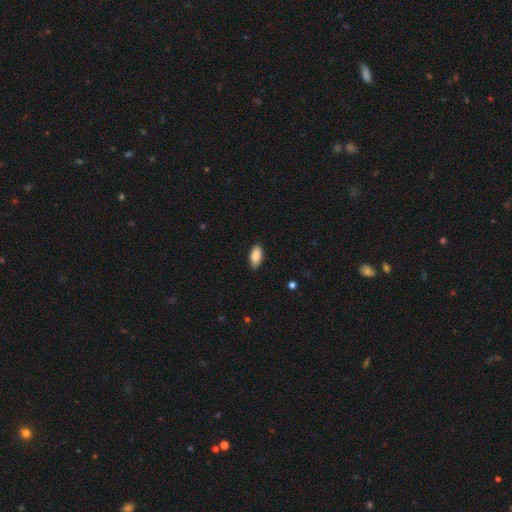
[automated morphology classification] This is clearly a smooth galaxy (88%). How rounded: clearly in between (91%). Merging: clearly none (86%).